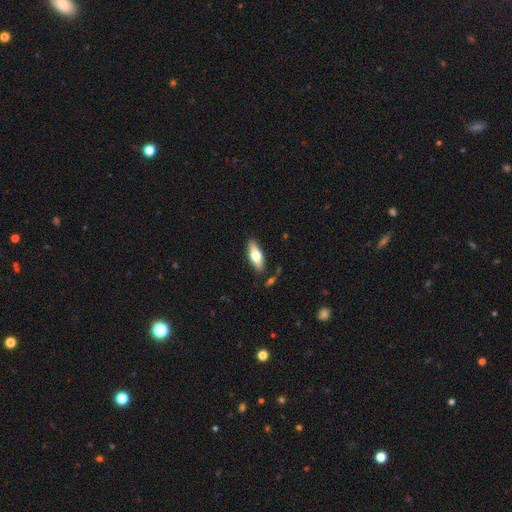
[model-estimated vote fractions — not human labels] Smooth or featured? smooth (61%)
How rounded? in between (62%)
Merging? none (83%)